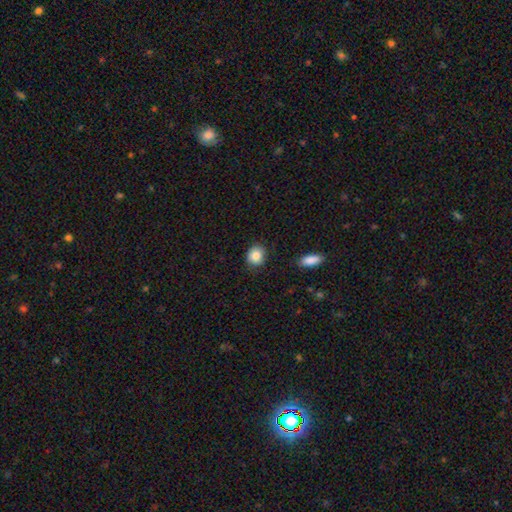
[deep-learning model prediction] This is clearly a smooth galaxy (86%). How rounded: likely round (64%). Merging: clearly none (85%).